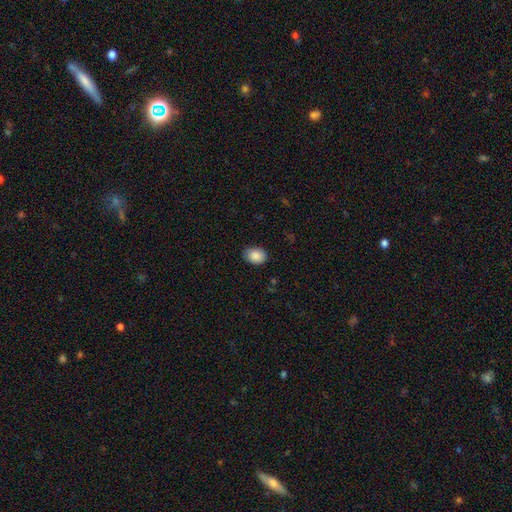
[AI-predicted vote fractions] The model was most divided on "how rounded": in between: 69%, round: 30%, cigar-shaped: 1%. More confident: smooth or featured — smooth (88%); merging — none (82%).